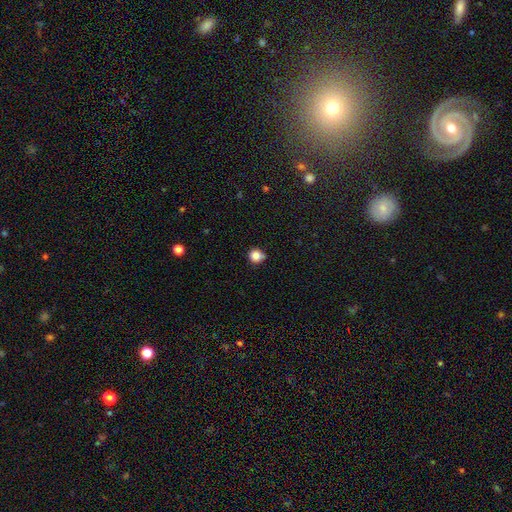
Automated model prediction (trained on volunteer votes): Smooth or featured?
  - smooth: 84% *
  - star or artifact: 11%
  - featured or disk: 5%
How rounded?
  - round: 88% *
  - in between: 11%
  - cigar-shaped: 1%
Merging?
  - none: 73% *
  - minor disturbance: 20%
  - major disturbance: 3%
  - merger: 3%